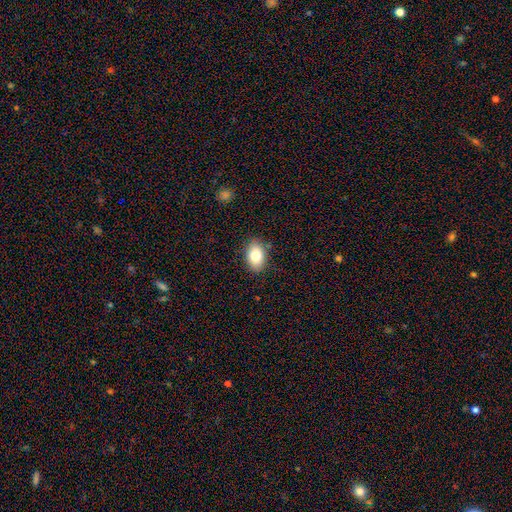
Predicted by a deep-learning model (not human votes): This is clearly a smooth galaxy (81%). How rounded: clearly in between (87%). Merging: clearly none (85%).